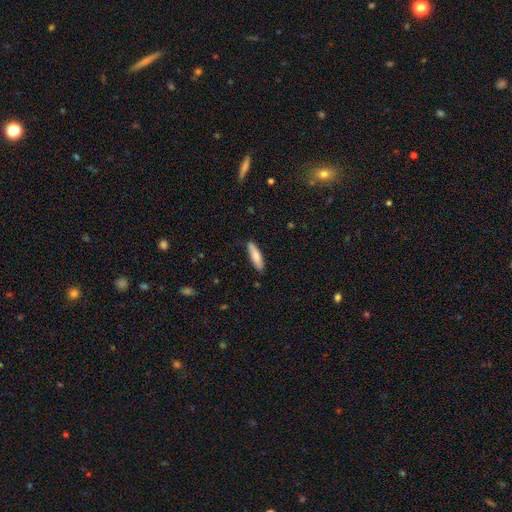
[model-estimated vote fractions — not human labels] A smooth galaxy with no disk features (82%) that is cigar-shaped (65%).

Vote fractions:
- Smooth or featured? smooth: 82% / featured or disk: 12% / star or artifact: 6%
- How rounded? cigar-shaped: 65% / in between: 33% / round: 1%
- Merging? none: 86% / minor disturbance: 11% / major disturbance: 2% / merger: 1%